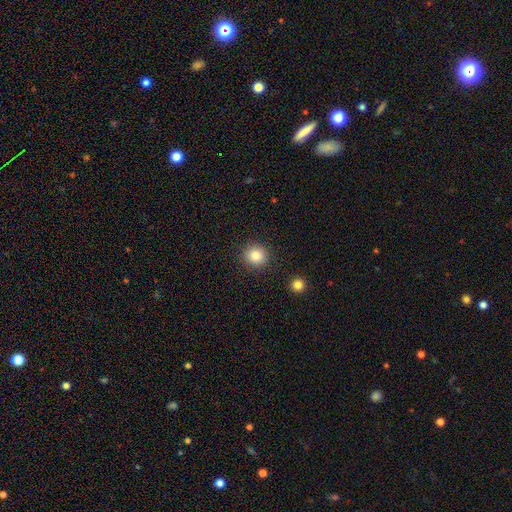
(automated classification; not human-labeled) Overall: smooth (84%). How rounded: round (91%). Merging: none (89%).